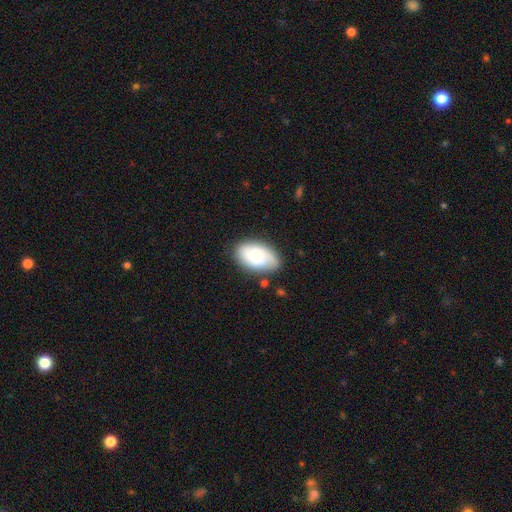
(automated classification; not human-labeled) smooth_or_featured: smooth (p=0.70) [alt: featured or disk p=0.23]
how_rounded: in between (p=0.92) [alt: round p=0.06]
merging: none (p=0.69) [alt: minor disturbance p=0.22]